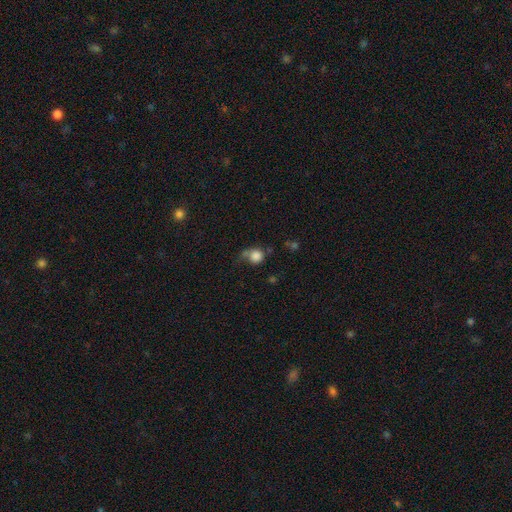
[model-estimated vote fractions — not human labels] smooth_or_featured: smooth (p=0.81) [alt: star or artifact p=0.10]
how_rounded: round (p=0.87) [alt: in between p=0.12]
merging: none (p=0.45) [alt: minor disturbance p=0.25]